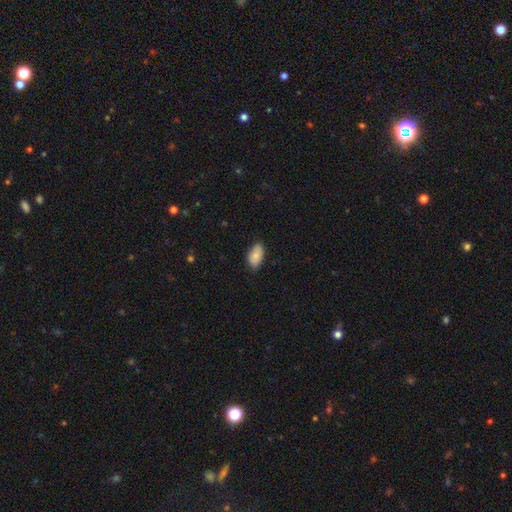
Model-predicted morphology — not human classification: Smooth or featured: smooth — 84% (featured or disk — 9%)
How rounded: in between — 94% (round — 4%)
Merging: none — 81% (minor disturbance — 16%)